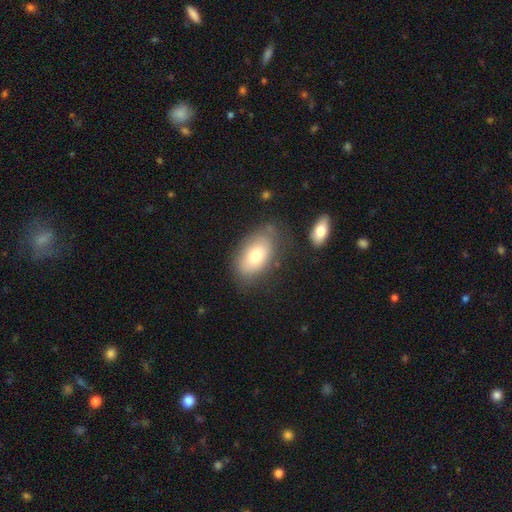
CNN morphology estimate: Overall: smooth (75%). How rounded: in between (91%). Merging: none (68%).